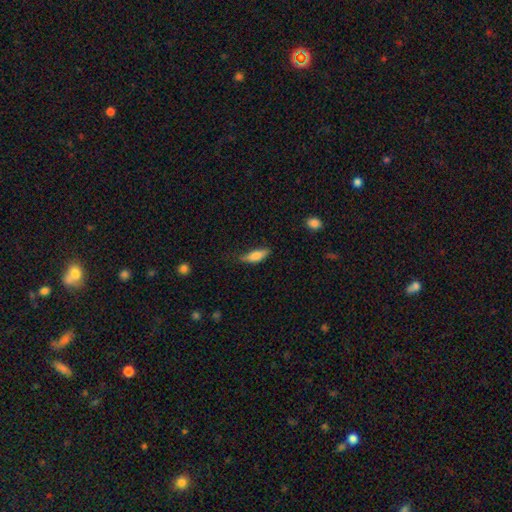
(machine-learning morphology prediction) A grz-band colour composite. It shows a smooth galaxy with no disk features (81%) that is in between round and cigar-shaped (63%). Merging: none (60%).